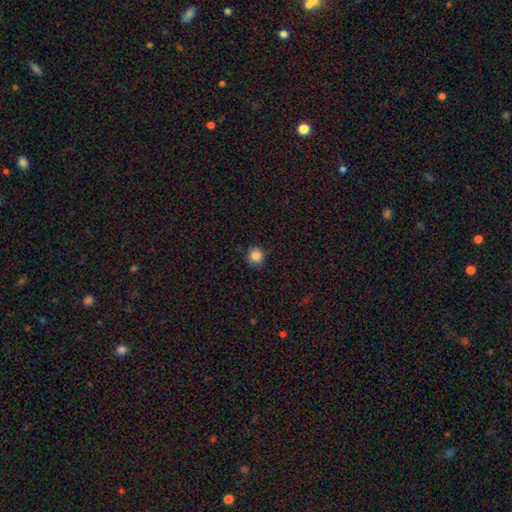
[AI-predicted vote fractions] Smooth or featured? smooth (85%)
How rounded? round (93%)
Merging? none (88%)